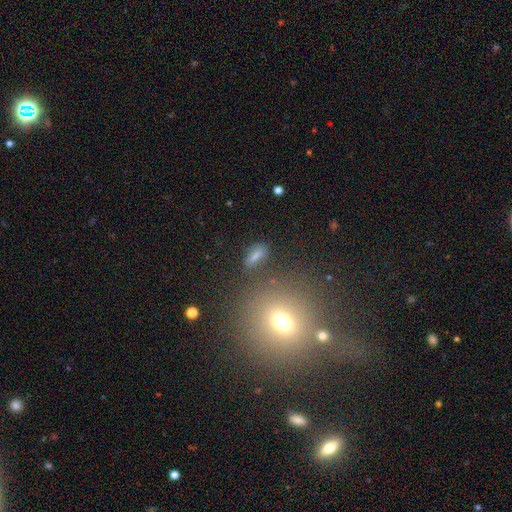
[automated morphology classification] smooth 71%, star or artifact 17%, featured or disk 12%. Down the decision tree: how rounded — in between (72%); merging — none (66%).